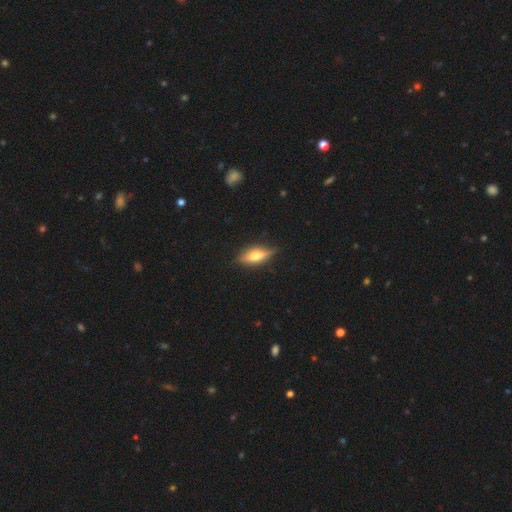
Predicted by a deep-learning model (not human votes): Smooth or featured?
  - featured or disk: 48% *
  - smooth: 44%
  - star or artifact: 8%
Merging?
  - none: 80% *
  - minor disturbance: 15%
  - major disturbance: 3%
  - merger: 1%